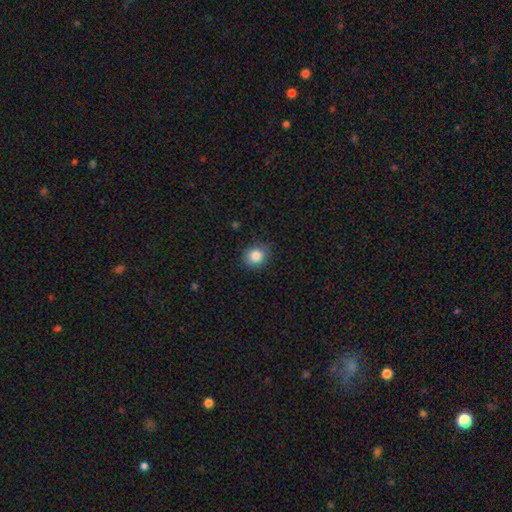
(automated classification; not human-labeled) smooth-or-featured: smooth: 86% | star or artifact: 9% | featured or disk: 5%
  how-rounded: round: 74% | in between: 25% | cigar-shaped: 1%
  merging: none: 82% | minor disturbance: 13% | major disturbance: 3% | merger: 1%